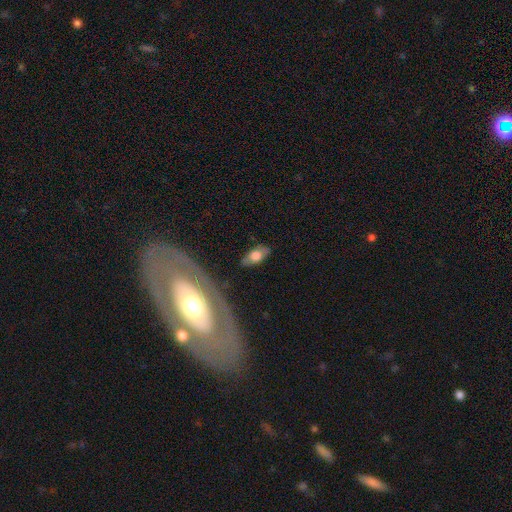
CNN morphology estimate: The model was most divided on "smooth or featured": smooth: 64%, featured or disk: 30%, star or artifact: 7%. More confident: how rounded — in between (85%); merging — none (78%).